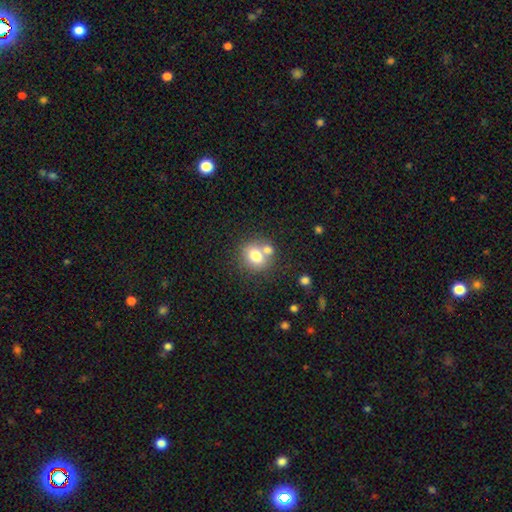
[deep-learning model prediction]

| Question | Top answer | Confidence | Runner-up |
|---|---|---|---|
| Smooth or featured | smooth | 74% | featured or disk (15%) |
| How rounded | round | 66% | in between (33%) |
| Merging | none | 50% | merger (35%) |